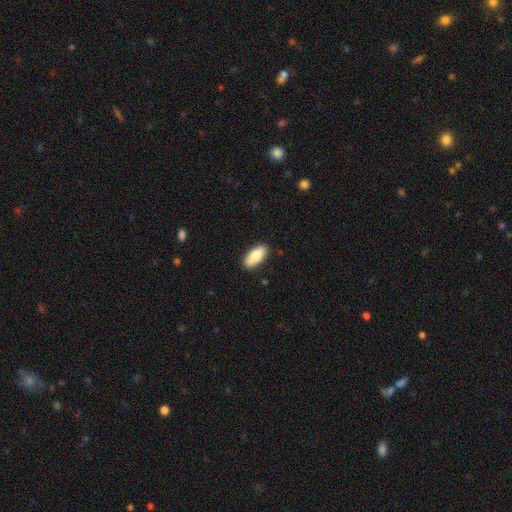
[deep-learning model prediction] Morphology: type=smooth (81%); roundness=in between (88%); merging=none (88%).